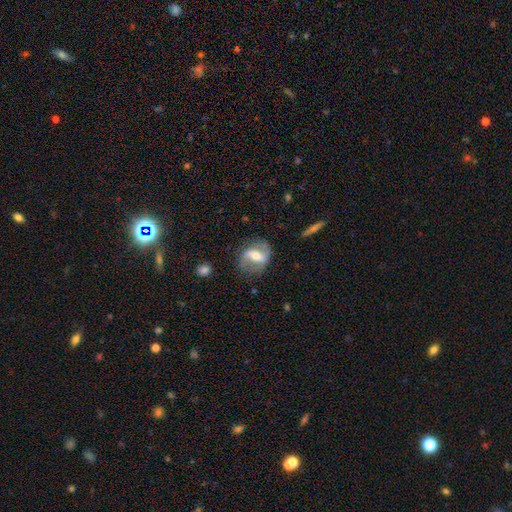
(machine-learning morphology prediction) A featured or disk galaxy (66%) with a strong bar (49%), spiral arms (74%) and a moderate central bulge (61%).

Vote fractions:
- Smooth or featured? featured or disk: 66% / smooth: 27% / star or artifact: 7%
- Edge-on disk? no: 93% / yes: 7%
- Bar? strong: 49% / weak: 35% / no: 16%
- Spiral arms? yes: 74% / no: 26%
- Bulge size? moderate: 61% / small: 25% / large: 10% / none: 2% / dominant: 1%
- Merging? none: 69% / minor disturbance: 19% / major disturbance: 10% / merger: 2%